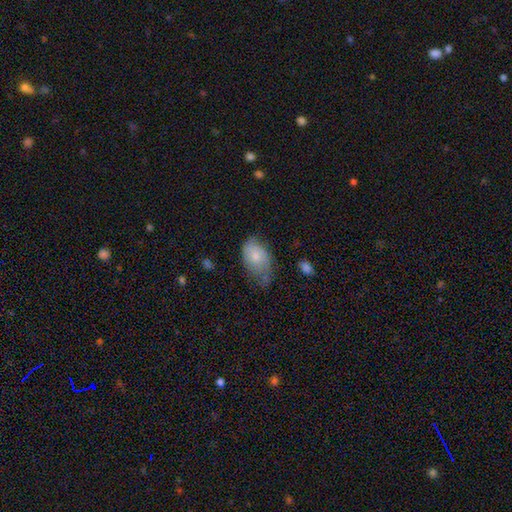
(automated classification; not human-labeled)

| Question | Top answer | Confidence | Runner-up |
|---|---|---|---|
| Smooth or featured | smooth | 69% | featured or disk (25%) |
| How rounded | in between | 89% | round (9%) |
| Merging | minor disturbance | 42% | none (32%) |